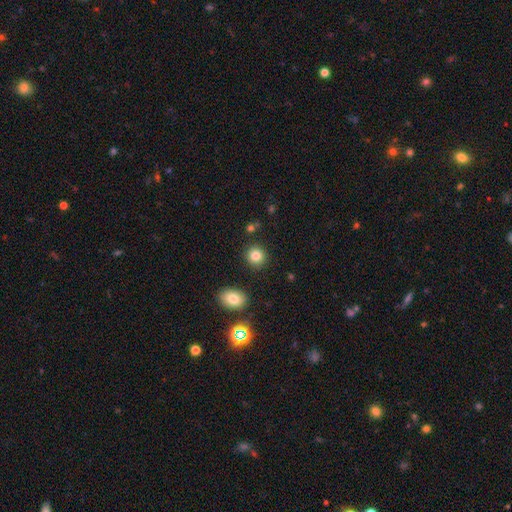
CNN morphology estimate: smooth-or-featured: smooth: 83% | star or artifact: 11% | featured or disk: 6%
  how-rounded: round: 85% | in between: 14% | cigar-shaped: 1%
  merging: none: 88% | minor disturbance: 7% | merger: 3% | major disturbance: 2%